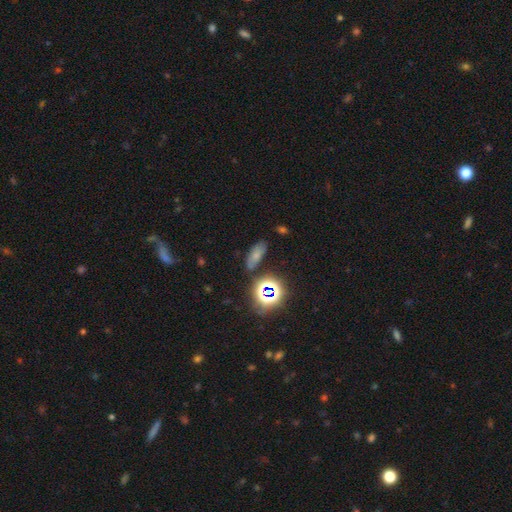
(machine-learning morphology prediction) Overall: smooth (64%; star or artifact 24%). How rounded: in between (74%). Merging: none (74%).